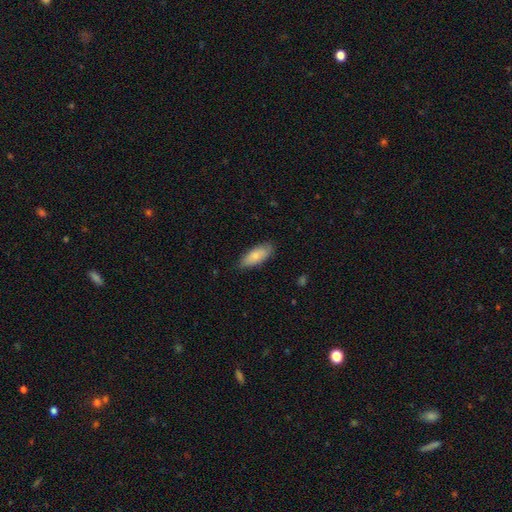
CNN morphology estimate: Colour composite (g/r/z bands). It shows a smooth galaxy with no disk features (82%) that is in between round and cigar-shaped (76%). Merging: none (82%).